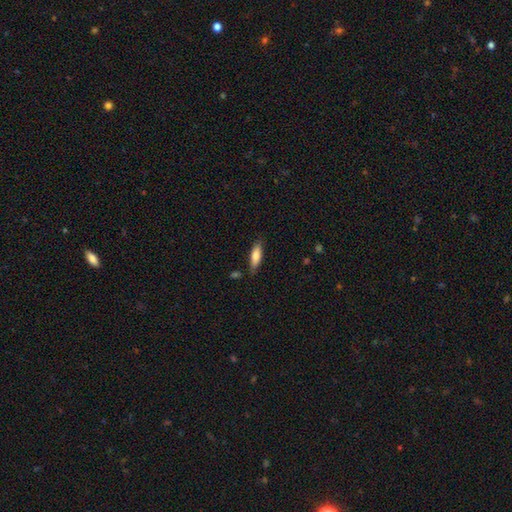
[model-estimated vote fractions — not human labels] This appears to be a smooth galaxy with no disk features (76%) that is cigar-shaped (51%). Merging: none (79%).